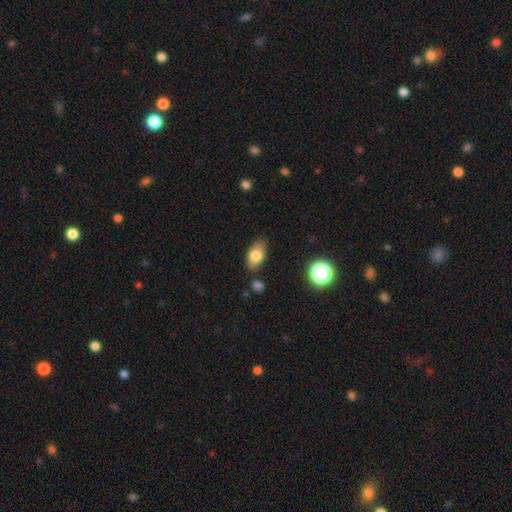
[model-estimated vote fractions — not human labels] Smooth or featured: smooth — 78% (featured or disk — 14%)
How rounded: in between — 89% (round — 7%)
Merging: none — 80% (minor disturbance — 14%)